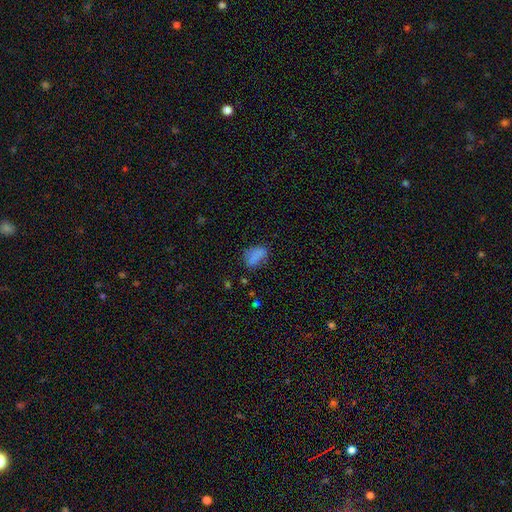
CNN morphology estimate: This appears to be a smooth galaxy with no disk features (79%) that is in between round and cigar-shaped (87%). Merging: none (61%).